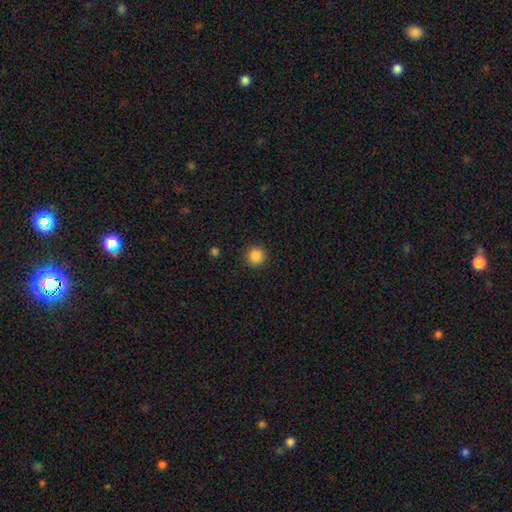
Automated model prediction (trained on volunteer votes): Overall: smooth (87%). How rounded: round (94%). Merging: none (92%).